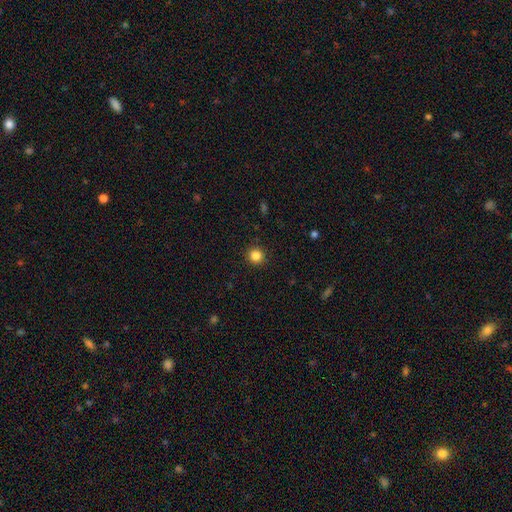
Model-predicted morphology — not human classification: Q: Smooth or featured?
A: smooth (84%); runner-up: star or artifact (12%)
Q: How rounded?
A: round (93%); runner-up: in between (6%)
Q: Merging?
A: none (92%); runner-up: minor disturbance (5%)